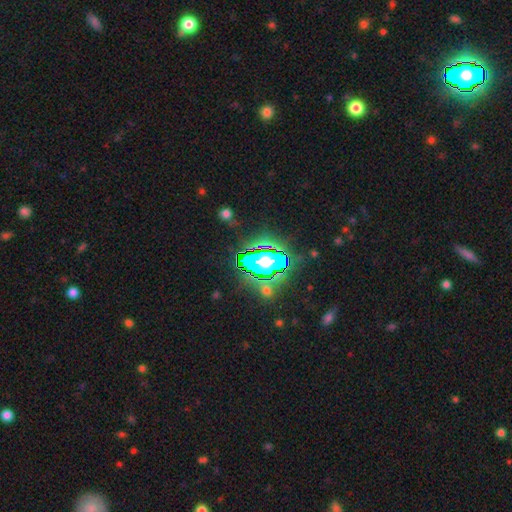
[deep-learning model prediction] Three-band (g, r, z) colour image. It shows a star or artifact, not a galaxy (76%).